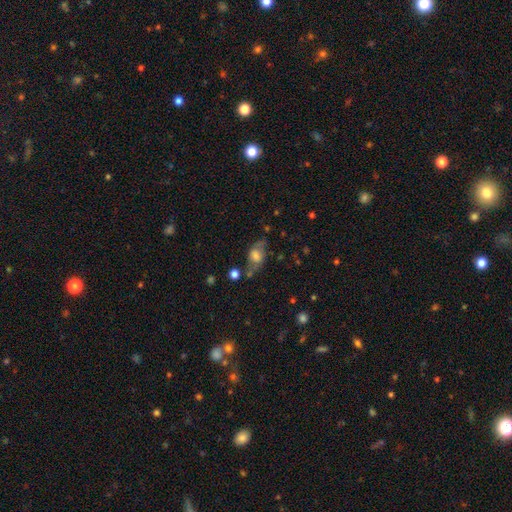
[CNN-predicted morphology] smooth_or_featured: smooth (p=0.54) [alt: featured or disk p=0.36]
how_rounded: in between (p=0.74) [alt: round p=0.21]
merging: none (p=0.52) [alt: minor disturbance p=0.25]